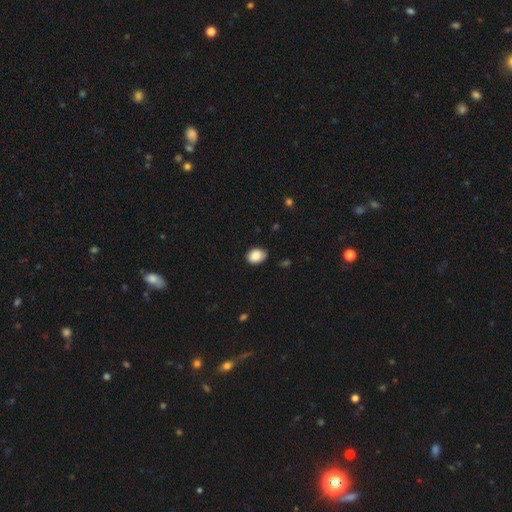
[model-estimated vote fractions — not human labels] A smooth galaxy with no disk features (88%) that is in between round and cigar-shaped (63%). Merging: none (77%).